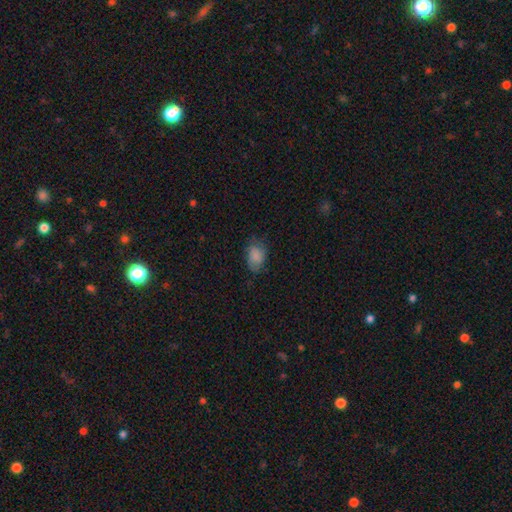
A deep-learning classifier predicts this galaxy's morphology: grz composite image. It shows a smooth galaxy with no disk features (82%) that is in between round and cigar-shaped (83%). Merging: none (63%).